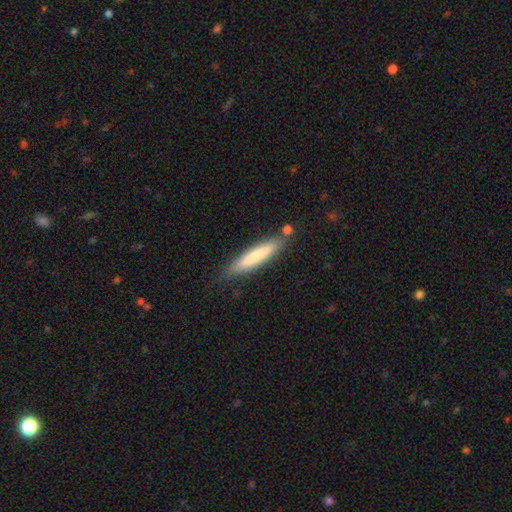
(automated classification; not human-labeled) smooth_or_featured: smooth (p=0.68) [alt: featured or disk p=0.24]
how_rounded: cigar-shaped (p=0.91) [alt: in between p=0.08]
merging: none (p=0.83) [alt: minor disturbance p=0.12]